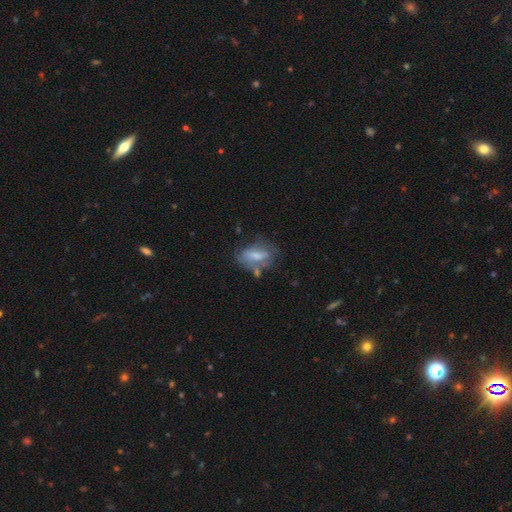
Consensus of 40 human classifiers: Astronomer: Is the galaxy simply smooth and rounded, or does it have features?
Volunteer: smooth — 60% (runner-up: featured or disk, 38%).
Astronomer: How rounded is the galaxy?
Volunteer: in between — 96%.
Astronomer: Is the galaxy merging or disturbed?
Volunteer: none — 46% (runner-up: minor disturbance, 28%).